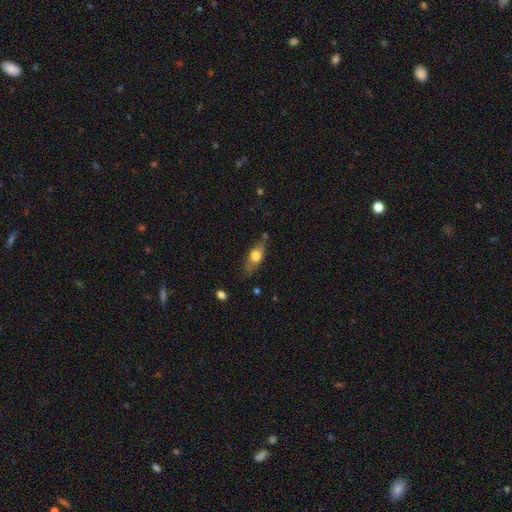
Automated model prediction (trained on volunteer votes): A smooth galaxy with no disk features (60%) that is in between round and cigar-shaped (60%).

Vote fractions:
- Smooth or featured? smooth: 60% / featured or disk: 33% / star or artifact: 7%
- How rounded? in between: 60% / cigar-shaped: 34% / round: 6%
- Merging? none: 73% / minor disturbance: 19% / major disturbance: 5% / merger: 3%